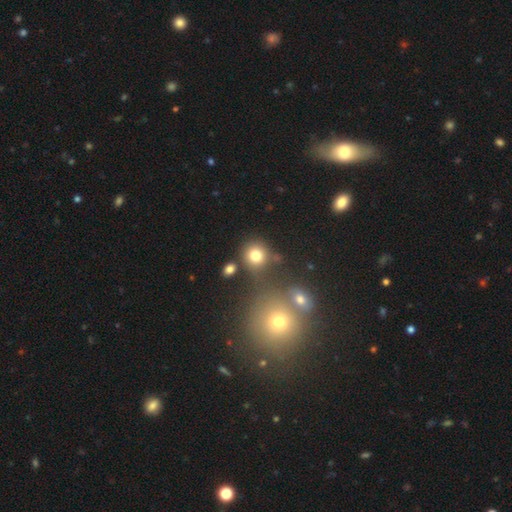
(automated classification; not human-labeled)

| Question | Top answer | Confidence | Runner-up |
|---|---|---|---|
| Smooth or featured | smooth | 77% | star or artifact (15%) |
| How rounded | round | 87% | in between (12%) |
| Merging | none | 70% | merger (14%) |